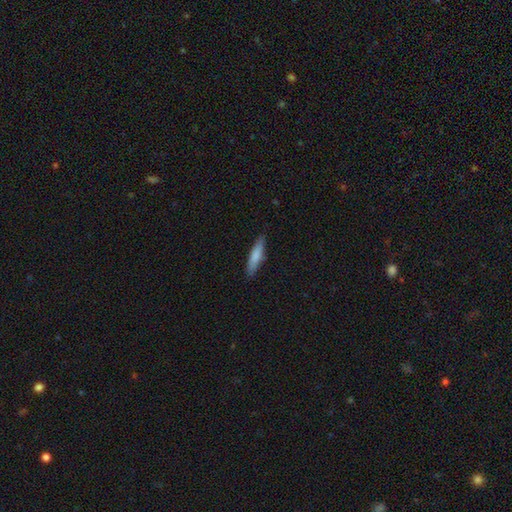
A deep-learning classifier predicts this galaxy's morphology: Q: Smooth or featured?
A: smooth (80%); runner-up: featured or disk (15%)
Q: How rounded?
A: cigar-shaped (79%); runner-up: in between (20%)
Q: Merging?
A: none (85%); runner-up: minor disturbance (12%)